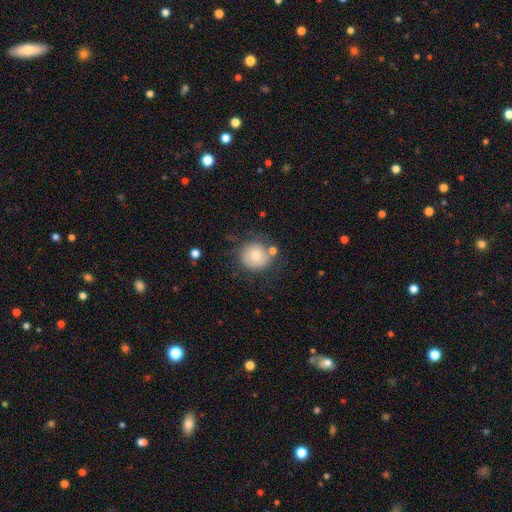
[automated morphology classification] This is likely a smooth galaxy (71%). How rounded: clearly round (87%). Merging: likely none (61%).